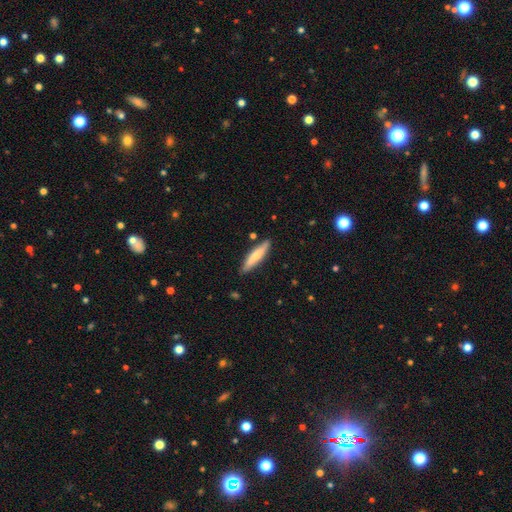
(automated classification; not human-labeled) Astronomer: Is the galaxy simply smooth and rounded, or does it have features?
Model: smooth — 68%.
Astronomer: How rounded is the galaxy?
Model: cigar-shaped — 82%.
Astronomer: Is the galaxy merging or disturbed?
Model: none — 85%.